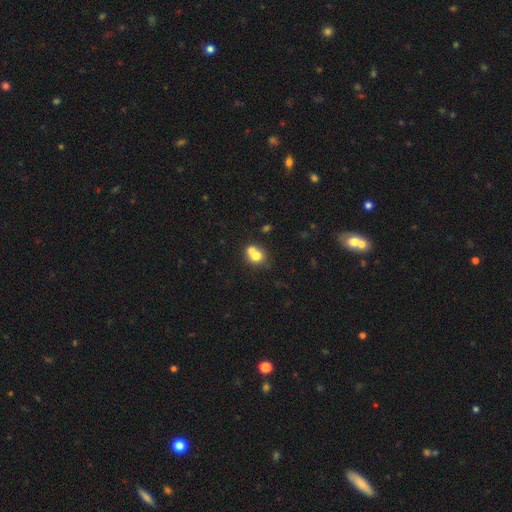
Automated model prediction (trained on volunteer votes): Smooth or featured: smooth — 70% (featured or disk — 19%)
How rounded: round — 71% (in between — 28%)
Merging: merger — 58% (none — 32%)